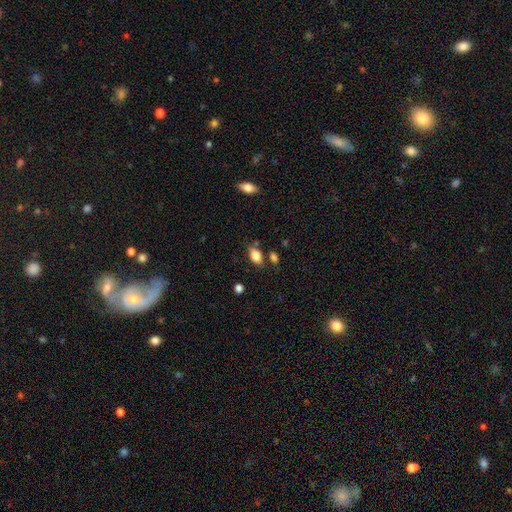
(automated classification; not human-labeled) smooth 84%, star or artifact 9%, featured or disk 7%. Down the decision tree: how rounded — in between (88%); merging — none (72%).